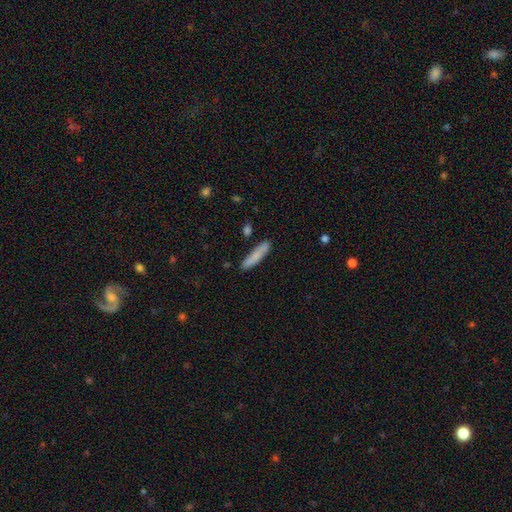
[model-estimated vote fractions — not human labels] A smooth galaxy with no disk features (80%) that is cigar-shaped (86%).

Vote fractions:
- Smooth or featured? smooth: 80% / featured or disk: 14% / star or artifact: 6%
- How rounded? cigar-shaped: 86% / in between: 12% / round: 1%
- Merging? none: 85% / minor disturbance: 11% / merger: 3% / major disturbance: 2%